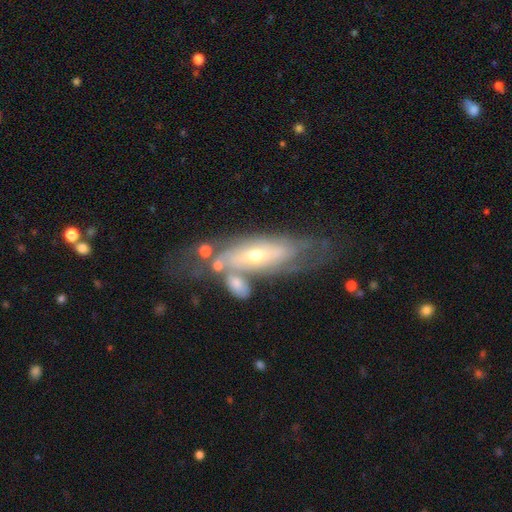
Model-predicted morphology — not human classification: Smooth or featured?
  - featured or disk: 71% *
  - smooth: 22%
  - star or artifact: 7%
Edge-on disk?
  - no: 76% *
  - yes: 24%
Bar?
  - no: 62% *
  - weak: 24%
  - strong: 13%
Spiral arms?
  - yes: 64% *
  - no: 36%
Bulge size?
  - moderate: 51% *
  - small: 44%
  - large: 3%
  - none: 1%
  - dominant: 1%
Merging?
  - none: 45% *
  - minor disturbance: 21%
  - merger: 19%
  - major disturbance: 16%